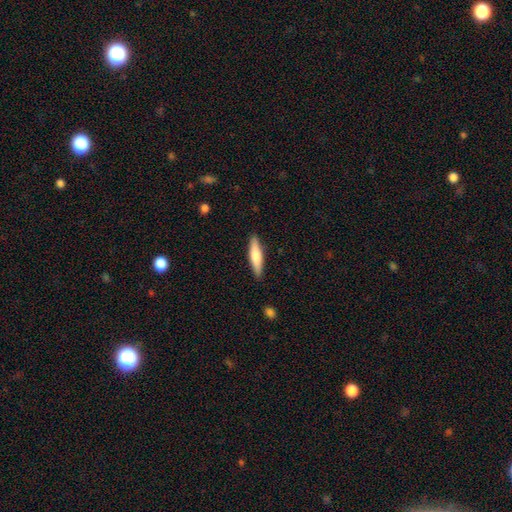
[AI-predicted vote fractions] smooth 66%, featured or disk 29%, star or artifact 5%. Down the decision tree: how rounded — cigar-shaped (80%); merging — none (89%).